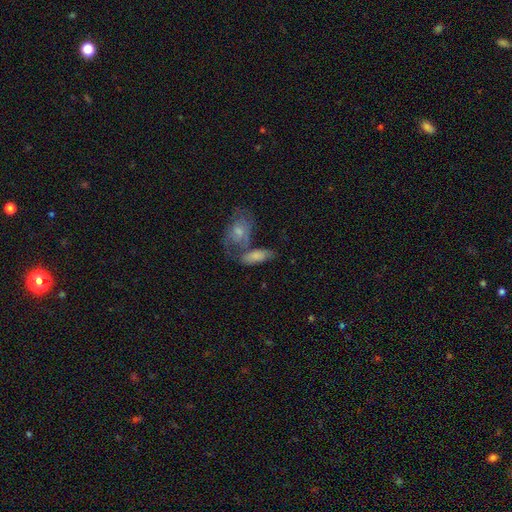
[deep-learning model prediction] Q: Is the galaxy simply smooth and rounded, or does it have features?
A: smooth — 68%.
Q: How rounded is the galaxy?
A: in between — 83%.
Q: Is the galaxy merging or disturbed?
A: merger — 40%.